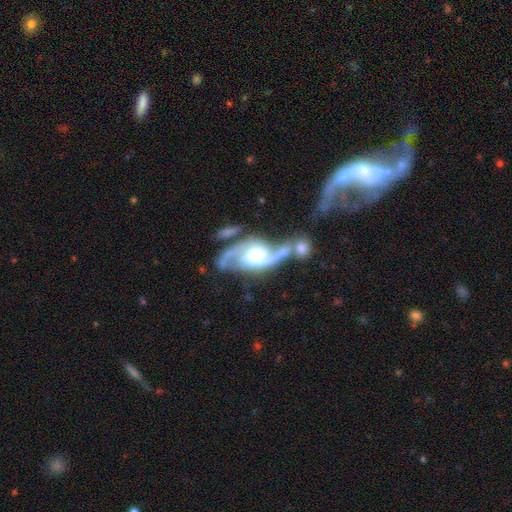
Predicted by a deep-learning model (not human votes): A featured or disk galaxy (90%) with a weak bar (43%), 2 (92%) medium (49%) spiral arms (97%) and a moderate central bulge (38%). Merging: none (38%).